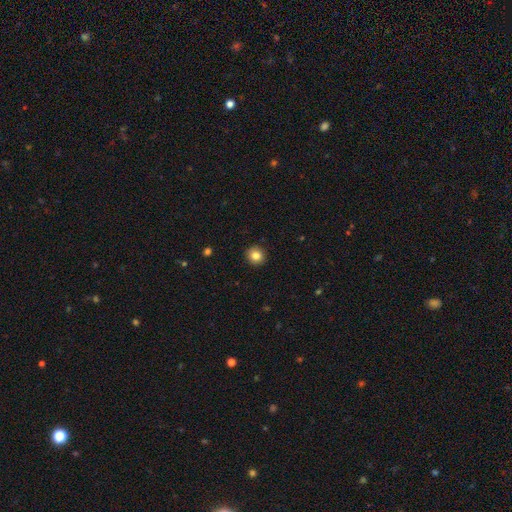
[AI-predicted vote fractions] This is clearly a smooth galaxy (83%). How rounded: clearly round (92%). Merging: clearly none (92%).